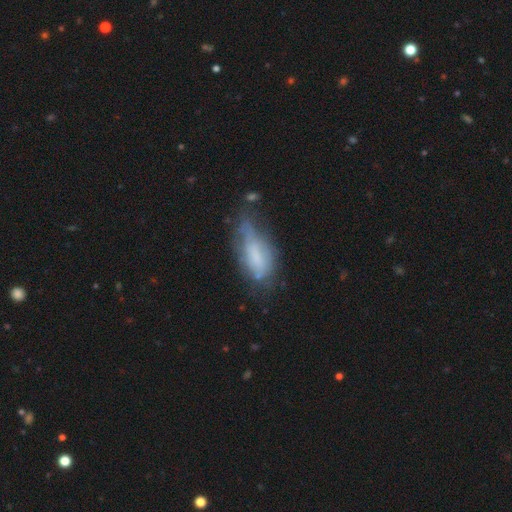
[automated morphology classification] Smooth or featured: smooth — 53% (featured or disk — 37%)
How rounded: in between — 74% (cigar-shaped — 23%)
Merging: minor disturbance — 37% (none — 33%)